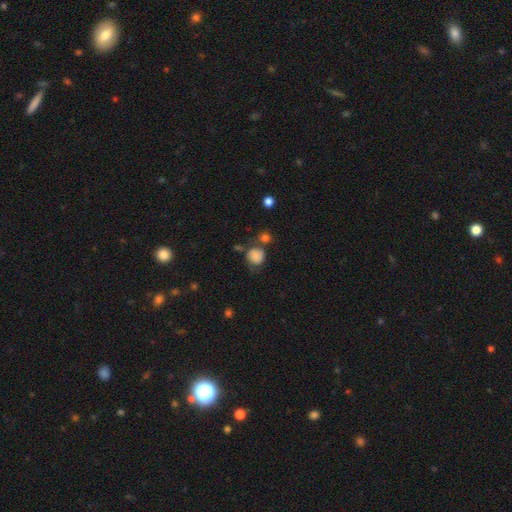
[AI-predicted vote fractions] Smooth or featured?
  - smooth: 81% *
  - star or artifact: 11%
  - featured or disk: 8%
How rounded?
  - round: 83% *
  - in between: 16%
  - cigar-shaped: 1%
Merging?
  - none: 55% *
  - minor disturbance: 19%
  - merger: 18%
  - major disturbance: 8%